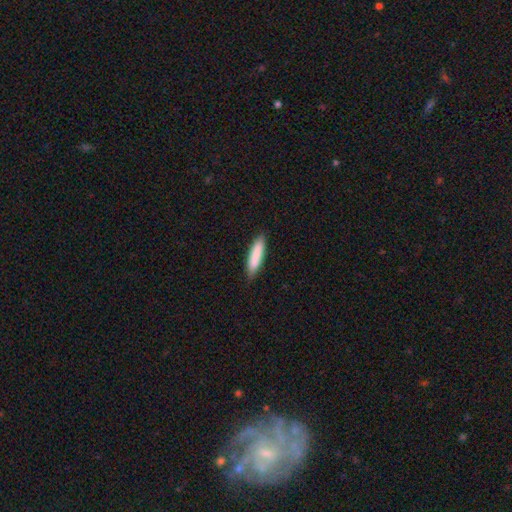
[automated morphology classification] Overall: smooth (86%). How rounded: cigar-shaped (75%). Merging: none (87%).